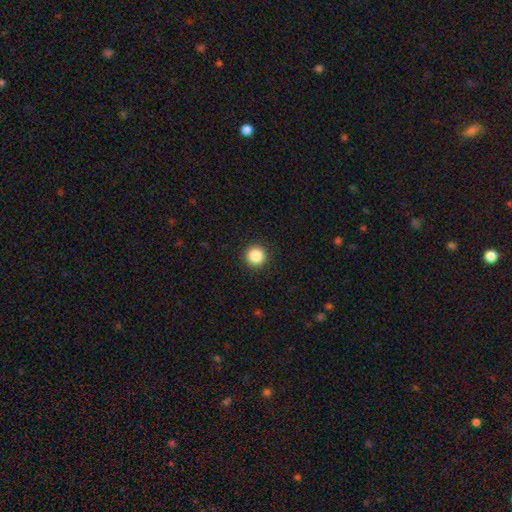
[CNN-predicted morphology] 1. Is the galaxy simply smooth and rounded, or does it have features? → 87% smooth, 10% star or artifact, 4% featured or disk.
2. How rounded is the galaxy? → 96% round, 3% in between, 1% cigar-shaped.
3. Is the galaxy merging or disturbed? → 93% none, 5% minor disturbance, 2% major disturbance, 1% merger.